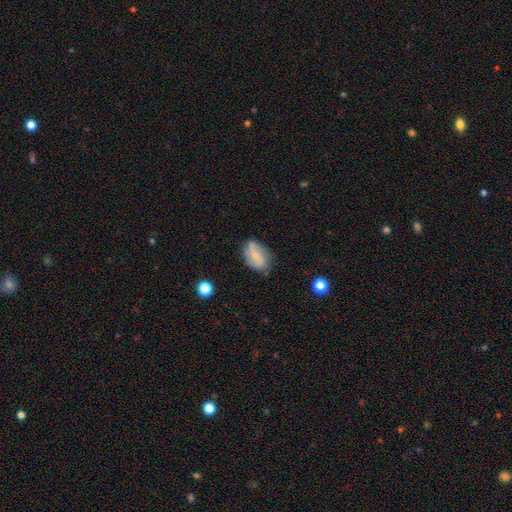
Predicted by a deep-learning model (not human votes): smooth-or-featured: featured or disk: 50% | smooth: 42% | star or artifact: 8%
  merging: none: 69% | minor disturbance: 22% | major disturbance: 6% | merger: 3%